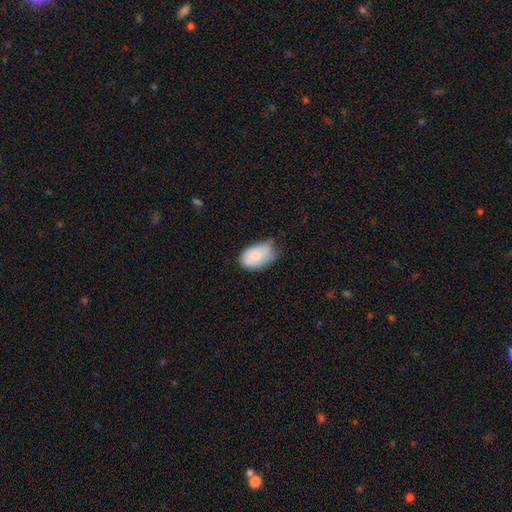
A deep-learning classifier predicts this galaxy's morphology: Overall: smooth (82%). How rounded: in between (92%). Merging: minor disturbance (50%; none 37%).